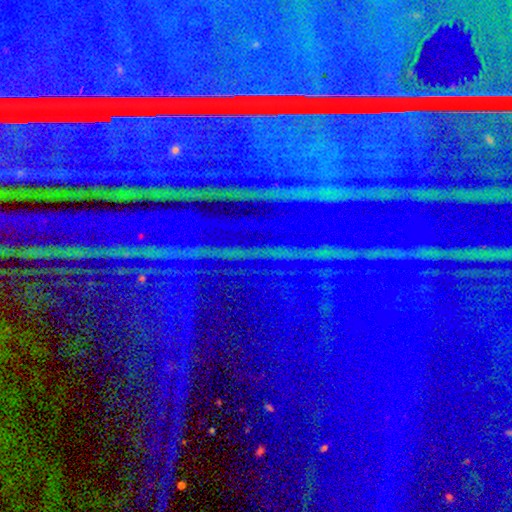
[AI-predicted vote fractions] Q: Smooth or featured?
A: star or artifact (89%); runner-up: featured or disk (7%)